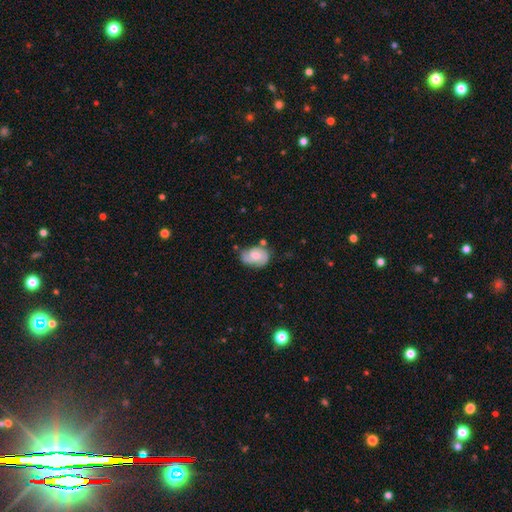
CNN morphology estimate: type=featured or disk (57%); edge-on=no (97%); bar=no (57%); spiral arms=yes (87%); bulge=moderate (49%); merging=none (56%).